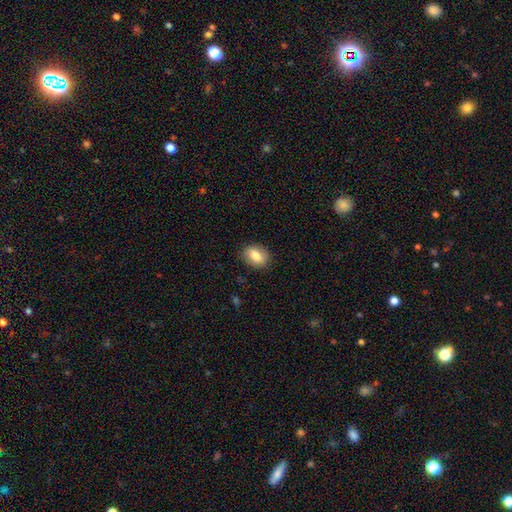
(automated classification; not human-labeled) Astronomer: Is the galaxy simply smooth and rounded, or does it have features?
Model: smooth — 83%.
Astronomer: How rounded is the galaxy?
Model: in between — 79%.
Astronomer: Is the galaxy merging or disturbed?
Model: none — 85%.